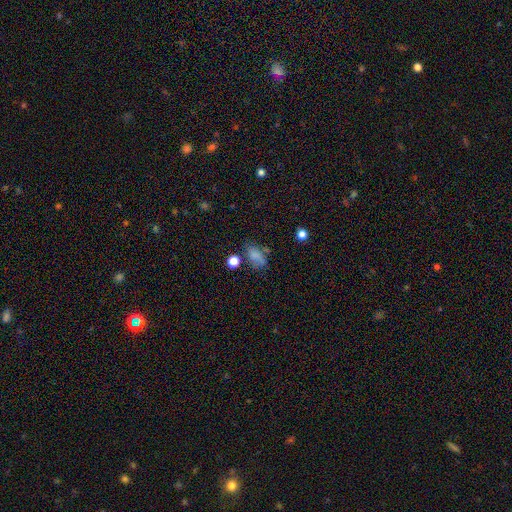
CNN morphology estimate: Smooth or featured? Predicted: smooth (p=0.72). How rounded? Predicted: in between (p=0.85). Merging? Predicted: none (p=0.49).